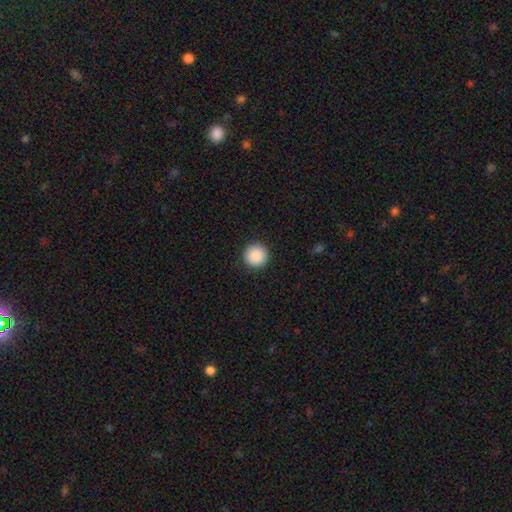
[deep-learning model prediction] Overall: smooth (89%). How rounded: round (96%). Merging: none (93%).